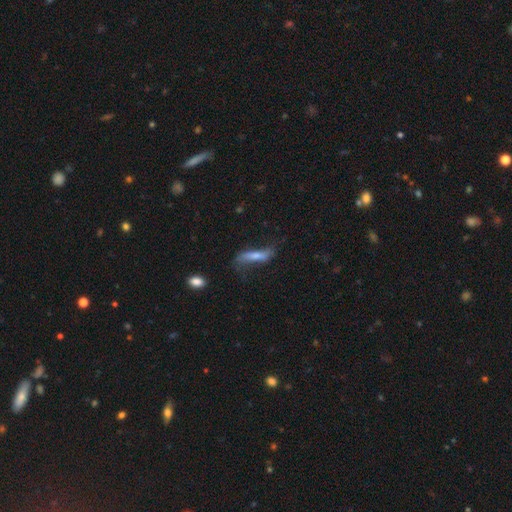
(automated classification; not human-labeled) A smooth galaxy with no disk features (49%).

Vote fractions:
- Smooth or featured? smooth: 49% / featured or disk: 44% / star or artifact: 7%
- Merging? none: 50% / minor disturbance: 27% / major disturbance: 19% / merger: 4%